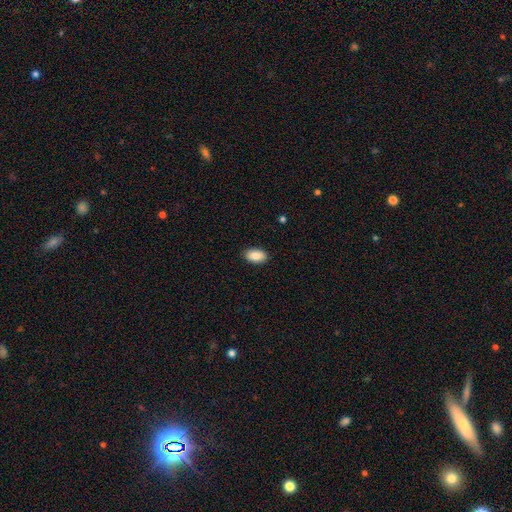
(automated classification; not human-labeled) Smooth or featured? smooth (87%)
How rounded? in between (94%)
Merging? none (90%)